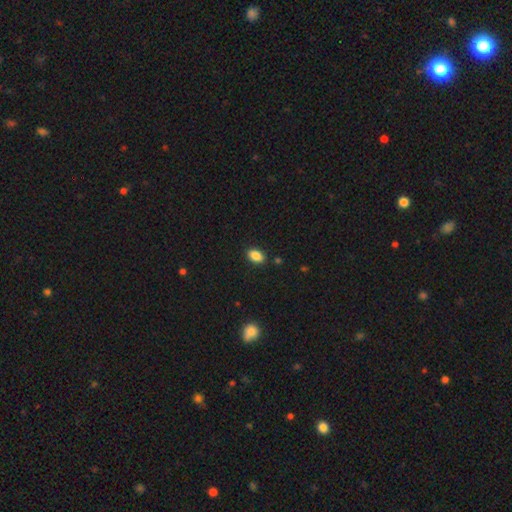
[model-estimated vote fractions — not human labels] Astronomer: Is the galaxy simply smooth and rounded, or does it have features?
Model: smooth — 87%.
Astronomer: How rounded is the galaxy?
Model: in between — 86%.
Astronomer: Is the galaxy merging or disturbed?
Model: none — 87%.